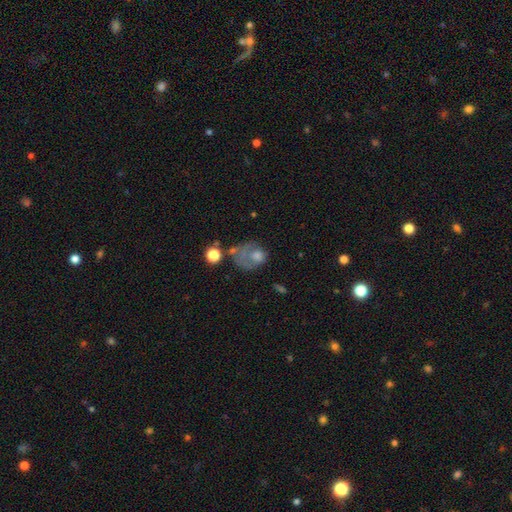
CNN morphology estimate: smooth_or_featured: smooth (p=0.42) [alt: featured or disk p=0.39]
merging: major disturbance (p=0.36) [alt: none p=0.34]